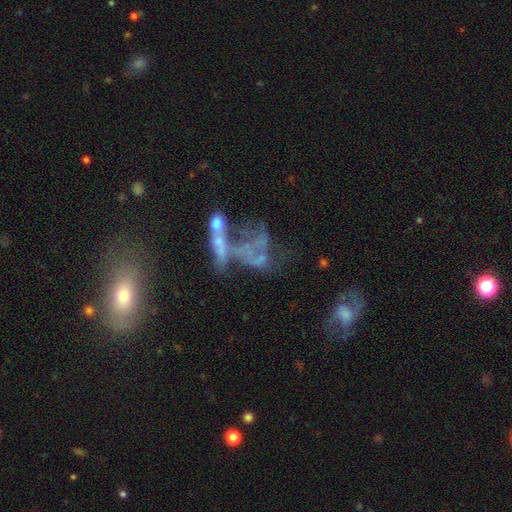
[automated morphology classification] Smooth or featured? featured or disk (55%)
Edge-on disk? no (94%)
Bar? no (89%)
Spiral arms? no (88%)
Bulge size? none (73%)
Merging? merger (39%)